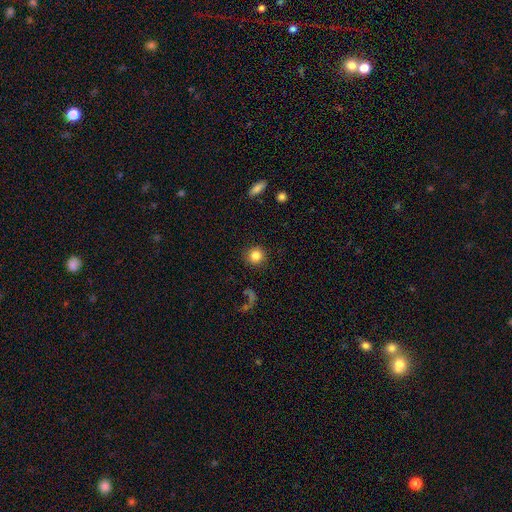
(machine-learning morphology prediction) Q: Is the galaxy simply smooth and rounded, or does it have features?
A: smooth — 84%.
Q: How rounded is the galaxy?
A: round — 93%.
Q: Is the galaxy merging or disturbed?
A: none — 90%.